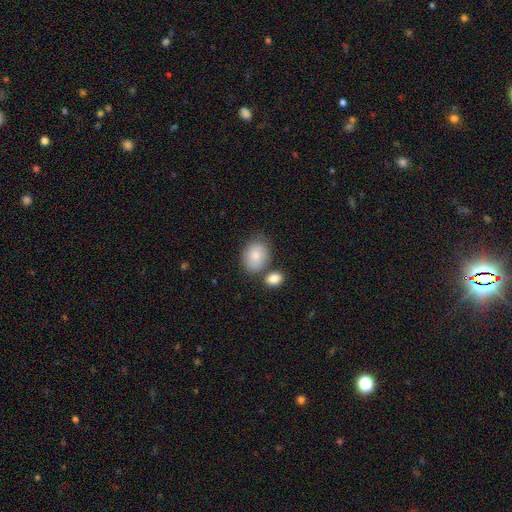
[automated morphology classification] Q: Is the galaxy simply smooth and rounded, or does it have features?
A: smooth — 85%.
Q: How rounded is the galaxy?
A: in between — 73%.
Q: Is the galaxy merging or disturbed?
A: none — 63%.